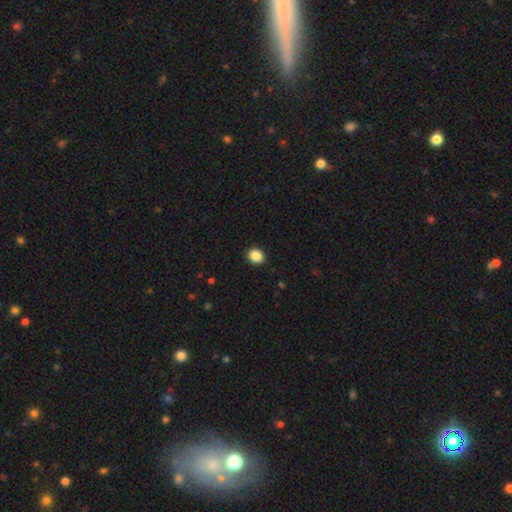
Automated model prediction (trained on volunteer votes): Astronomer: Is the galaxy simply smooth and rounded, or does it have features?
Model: smooth — 87%.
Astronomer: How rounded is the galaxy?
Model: round — 74%.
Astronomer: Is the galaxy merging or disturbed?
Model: none — 91%.